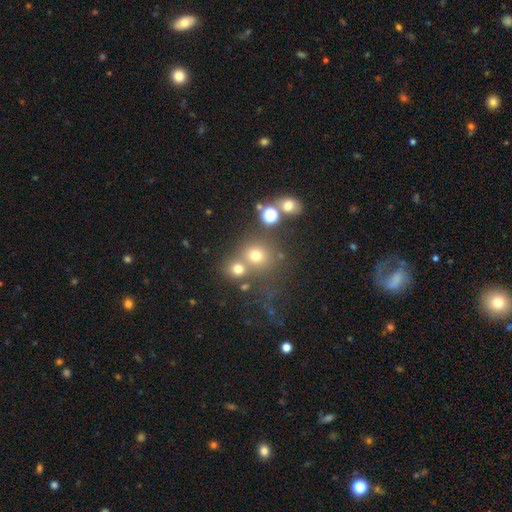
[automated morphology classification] Overall: smooth (68%). How rounded: round (86%). Merging: none (57%; merger 30%).